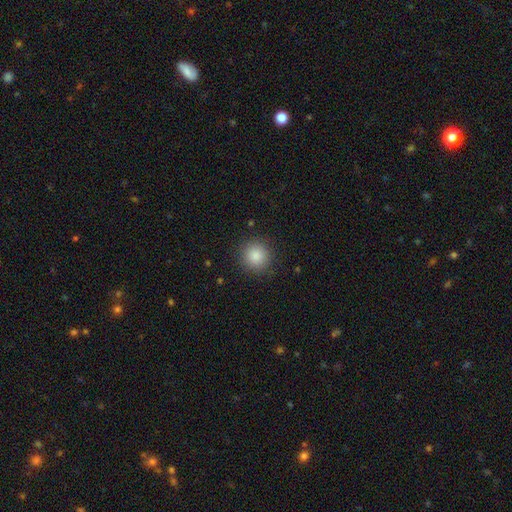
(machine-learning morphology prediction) Smooth or featured: smooth — 87% (star or artifact — 9%)
How rounded: round — 94% (in between — 5%)
Merging: none — 89% (minor disturbance — 7%)